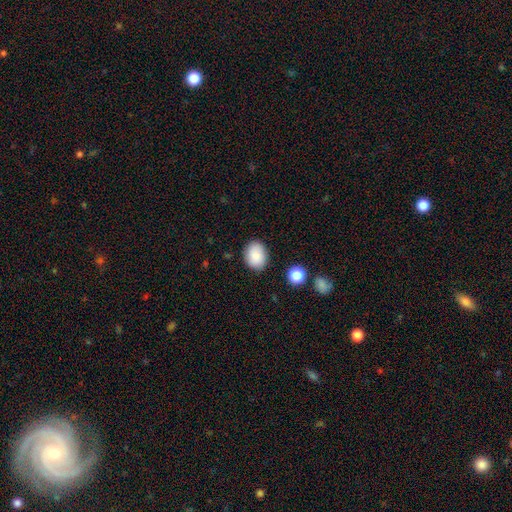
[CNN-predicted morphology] This appears to be a smooth galaxy with no disk features (85%) that is in between round and cigar-shaped (61%). Merging: none (84%).